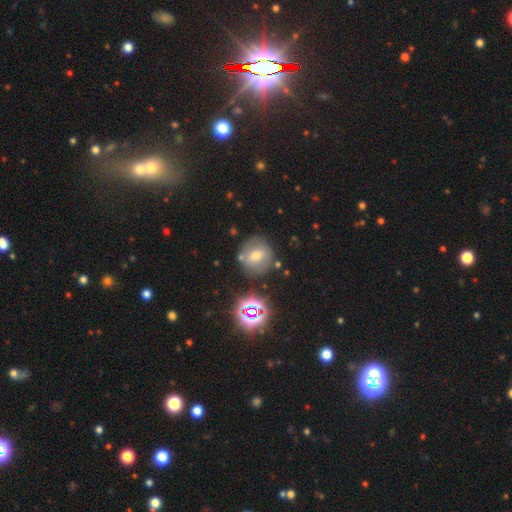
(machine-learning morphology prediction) smooth-or-featured: smooth: 55% | featured or disk: 26% | star or artifact: 19%
  how-rounded: round: 89% | in between: 10% | cigar-shaped: 1%
  merging: none: 78% | minor disturbance: 12% | merger: 6% | major disturbance: 4%